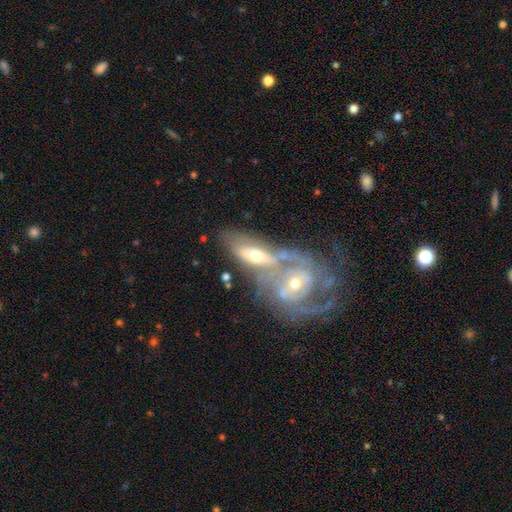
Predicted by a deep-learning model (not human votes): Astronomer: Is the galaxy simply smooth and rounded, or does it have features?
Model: featured or disk — 72%.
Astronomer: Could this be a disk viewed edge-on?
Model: no — 87%.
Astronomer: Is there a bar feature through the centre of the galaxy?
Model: no — 52% (runner-up: weak, 31%).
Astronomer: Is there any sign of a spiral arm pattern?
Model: yes — 77%.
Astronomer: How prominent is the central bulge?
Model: moderate — 58% (runner-up: small, 35%).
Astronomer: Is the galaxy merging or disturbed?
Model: merger — 65%.